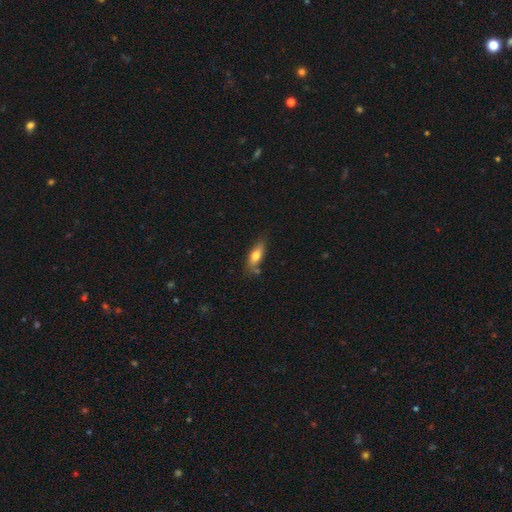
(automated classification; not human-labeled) Overall: smooth (72%). How rounded: in between (65%; cigar-shaped 32%). Merging: none (69%).